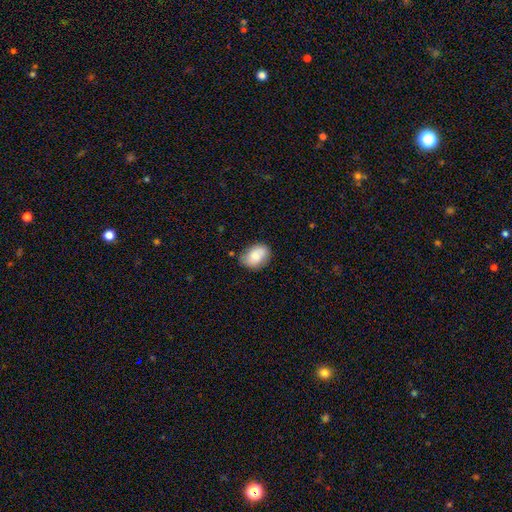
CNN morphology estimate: A smooth galaxy with no disk features (80%) that is in between round and cigar-shaped (80%).

Vote fractions:
- Smooth or featured? smooth: 80% / featured or disk: 13% / star or artifact: 7%
- How rounded? in between: 80% / round: 19% / cigar-shaped: 1%
- Merging? none: 71% / minor disturbance: 22% / major disturbance: 4% / merger: 2%